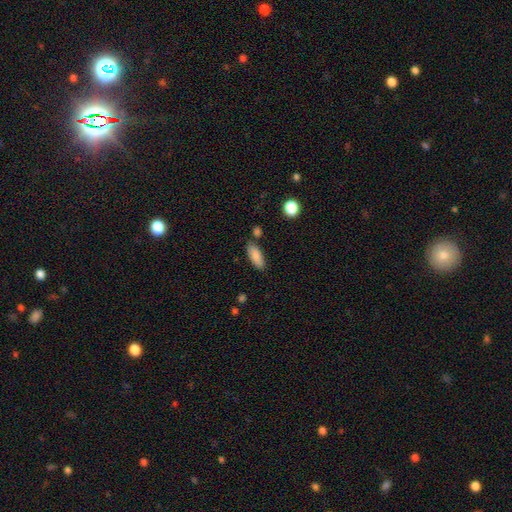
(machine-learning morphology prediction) This is clearly a smooth galaxy (84%). How rounded: likely in between (74%). Merging: likely none (78%).